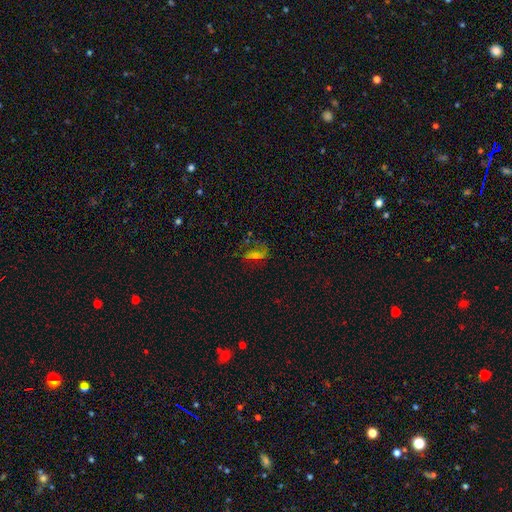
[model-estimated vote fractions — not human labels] A featured or disk galaxy (52%).

Vote fractions:
- Smooth or featured? featured or disk: 52% / smooth: 28% / star or artifact: 19%
- Edge-on disk? no: 88% / yes: 12%
- Merging? none: 55% / major disturbance: 22% / minor disturbance: 20% / merger: 4%